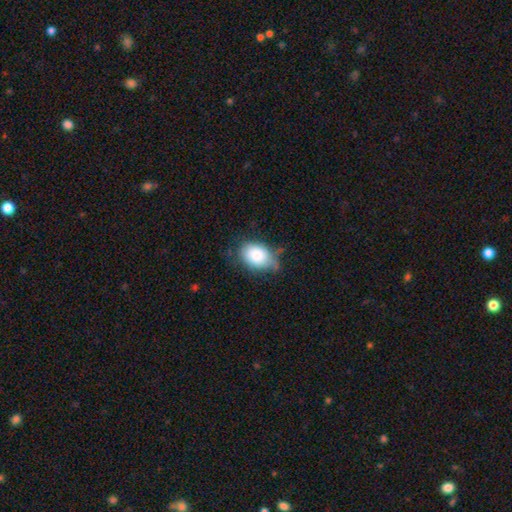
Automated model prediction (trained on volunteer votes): Smooth or featured? Predicted: smooth (p=0.82). How rounded? Predicted: in between (p=0.80). Merging? Predicted: none (p=0.50).